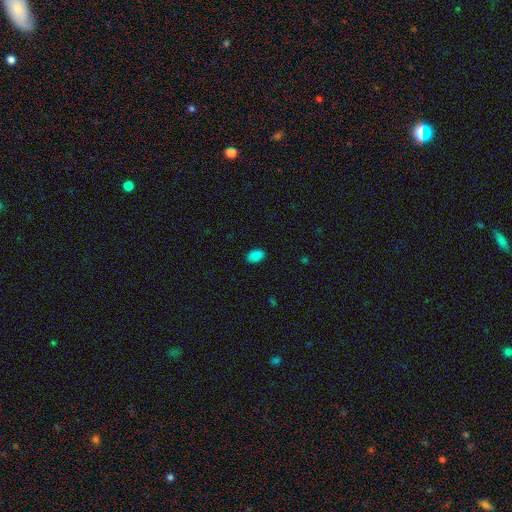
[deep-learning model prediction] Smooth or featured?
  - smooth: 87% *
  - star or artifact: 10%
  - featured or disk: 3%
How rounded?
  - in between: 91% *
  - round: 8%
  - cigar-shaped: 1%
Merging?
  - none: 87% *
  - minor disturbance: 9%
  - major disturbance: 2%
  - merger: 1%